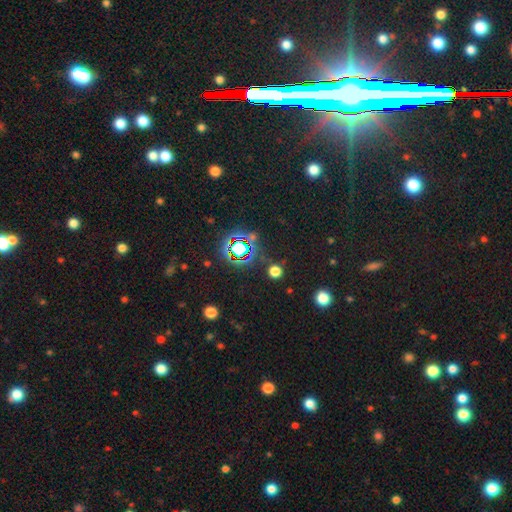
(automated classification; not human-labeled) A star or artifact, not a galaxy (77%).